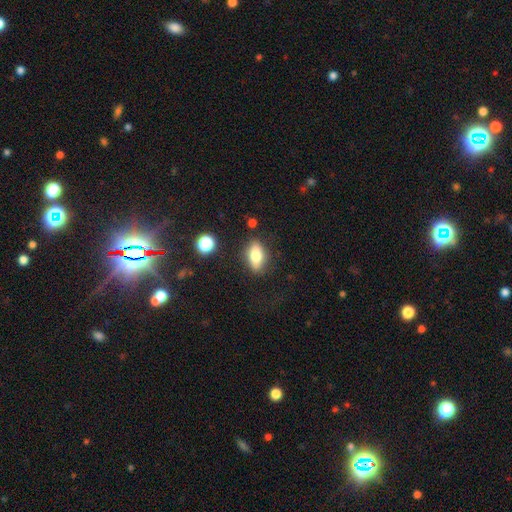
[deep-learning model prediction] smooth 71%, featured or disk 20%, star or artifact 9%. Down the decision tree: how rounded — in between (80%); merging — none (82%).